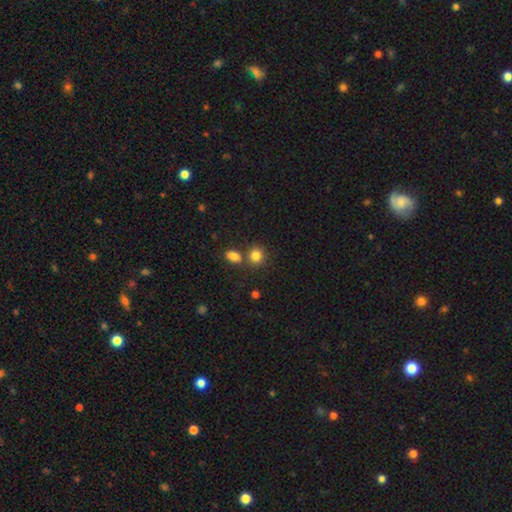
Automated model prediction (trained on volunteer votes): The model was most divided on "merging": none: 64%, merger: 23%, minor disturbance: 9%, major disturbance: 3%. More confident: smooth or featured — smooth (84%); how rounded — round (76%).